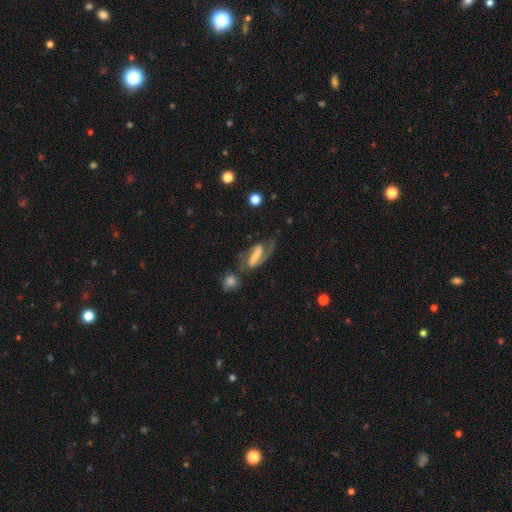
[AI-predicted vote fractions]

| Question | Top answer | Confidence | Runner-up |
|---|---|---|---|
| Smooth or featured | featured or disk | 77% | smooth (15%) |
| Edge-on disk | no | 91% | yes (9%) |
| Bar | strong | 58% | weak (30%) |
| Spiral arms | yes | 92% | no (8%) |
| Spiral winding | medium | 46% | loose (30%) |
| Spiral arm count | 2 | 77% | 1 (15%) |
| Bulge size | small | 33% | none (31%) |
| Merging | none | 54% | minor disturbance (19%) |